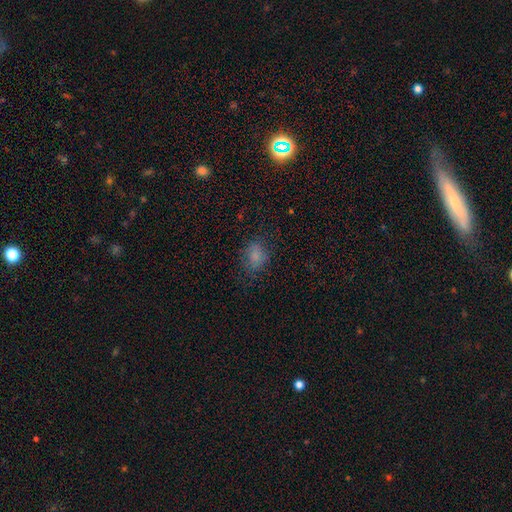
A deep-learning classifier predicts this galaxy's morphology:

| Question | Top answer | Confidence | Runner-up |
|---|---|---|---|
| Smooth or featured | smooth | 76% | star or artifact (14%) |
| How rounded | in between | 61% | round (38%) |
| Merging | none | 72% | minor disturbance (18%) |